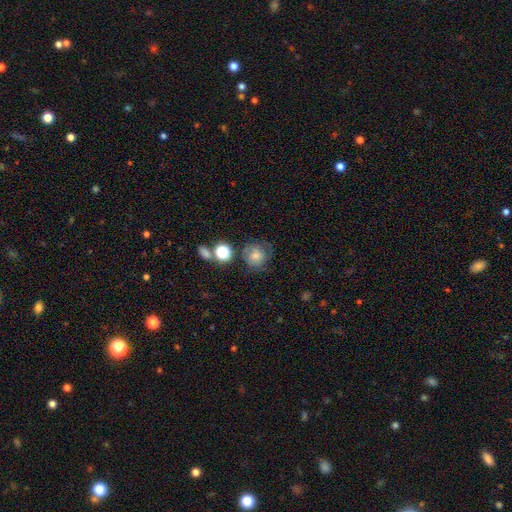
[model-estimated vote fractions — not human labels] Smooth or featured? Predicted: smooth (p=0.58). How rounded? Predicted: round (p=0.83). Merging? Predicted: none (p=0.56).